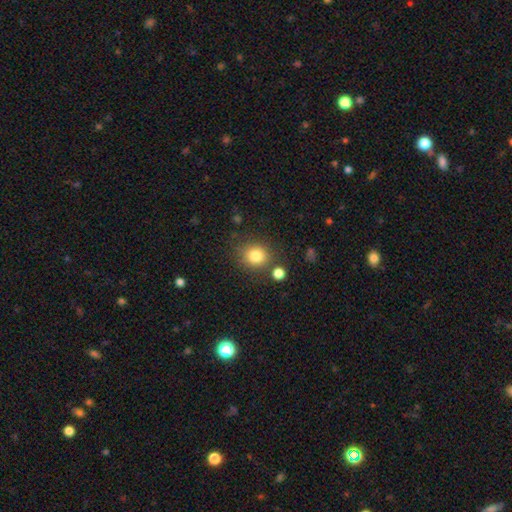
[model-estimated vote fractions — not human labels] Q: Smooth or featured?
A: smooth (82%); runner-up: star or artifact (11%)
Q: How rounded?
A: round (82%); runner-up: in between (17%)
Q: Merging?
A: none (77%); runner-up: minor disturbance (11%)